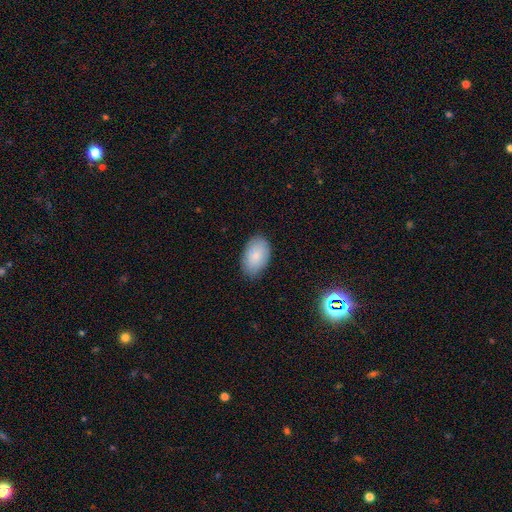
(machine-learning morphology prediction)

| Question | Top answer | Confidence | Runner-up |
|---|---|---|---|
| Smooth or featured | smooth | 85% | featured or disk (9%) |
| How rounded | in between | 91% | round (7%) |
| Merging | none | 85% | minor disturbance (12%) |